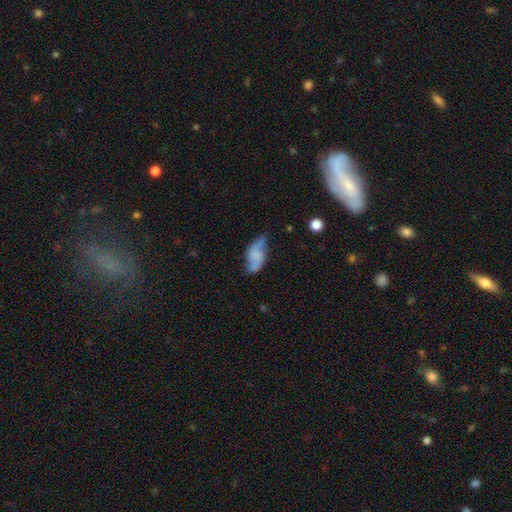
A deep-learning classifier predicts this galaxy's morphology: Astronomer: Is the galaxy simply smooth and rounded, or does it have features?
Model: featured or disk — 47% (runner-up: smooth, 43%).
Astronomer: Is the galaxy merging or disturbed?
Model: none — 48% (runner-up: minor disturbance, 31%).